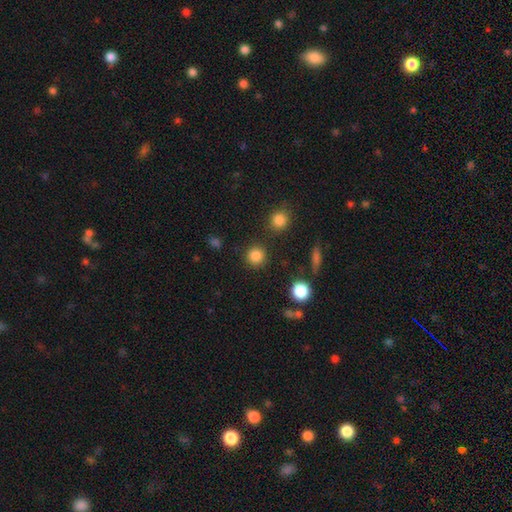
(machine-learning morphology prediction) A smooth galaxy with no disk features (85%) that is round (93%).

Vote fractions:
- Smooth or featured? smooth: 85% / star or artifact: 12% / featured or disk: 3%
- How rounded? round: 93% / in between: 6% / cigar-shaped: 1%
- Merging? none: 88% / minor disturbance: 6% / merger: 3% / major disturbance: 3%